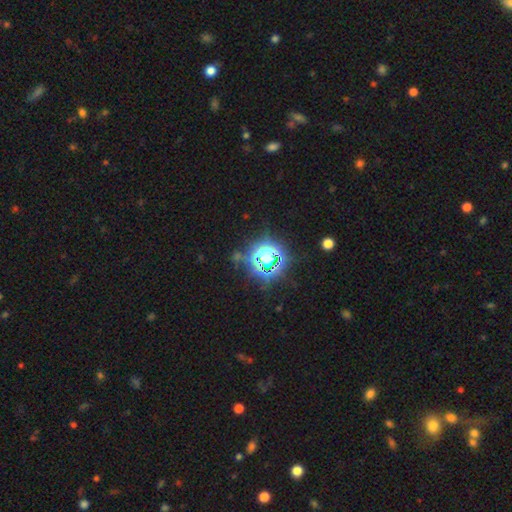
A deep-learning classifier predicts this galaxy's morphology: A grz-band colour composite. It shows a star or artifact, not a galaxy (79%).